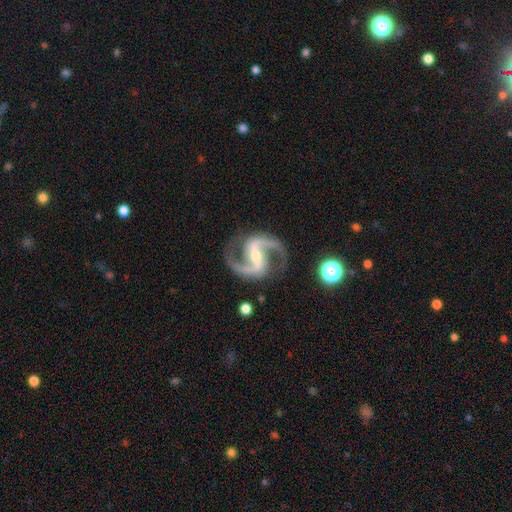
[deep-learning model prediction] A featured or disk galaxy (93%) with a strong bar (58%), 2 (94%) medium (66%) spiral arms (99%) and a small central bulge (51%). Merging: none (84%).